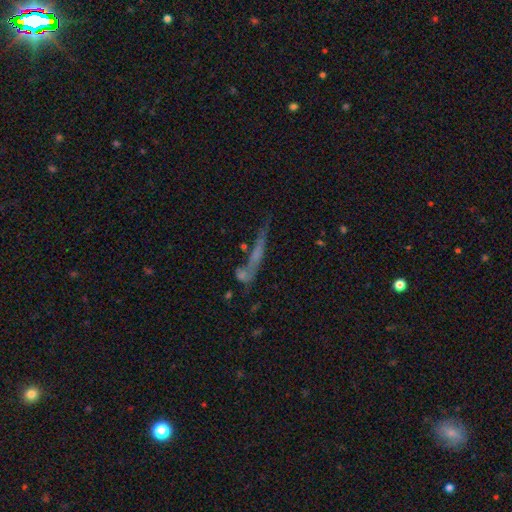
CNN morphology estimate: featured or disk 40%, smooth 37%, star or artifact 22%. Down the decision tree: merging — none (49%).